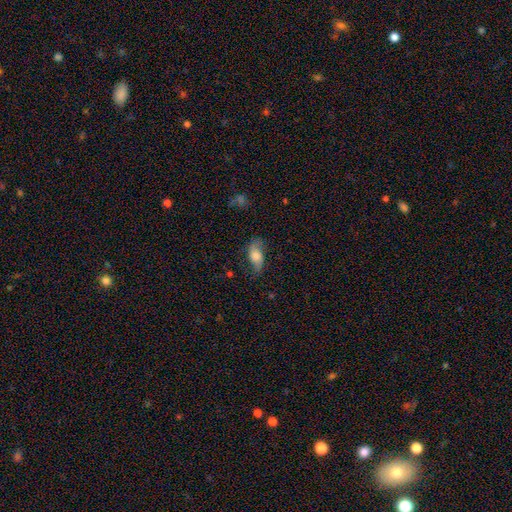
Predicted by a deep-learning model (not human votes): smooth_or_featured: smooth (p=0.62) [alt: featured or disk p=0.29]
how_rounded: in between (p=0.84) [alt: cigar-shaped p=0.11]
merging: none (p=0.61) [alt: minor disturbance p=0.25]